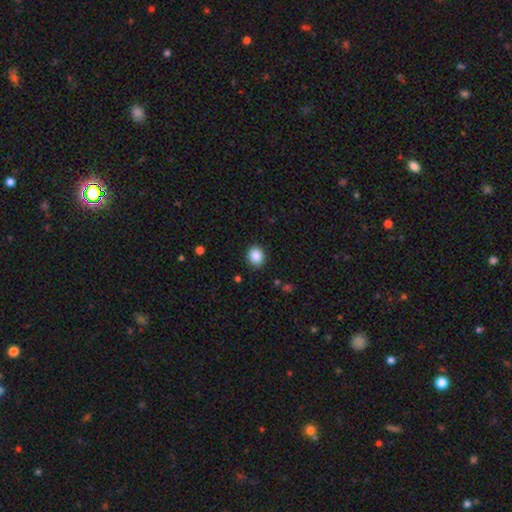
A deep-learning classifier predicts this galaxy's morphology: Q: Smooth or featured?
A: smooth (87%); runner-up: star or artifact (9%)
Q: How rounded?
A: round (74%); runner-up: in between (25%)
Q: Merging?
A: none (90%); runner-up: minor disturbance (7%)